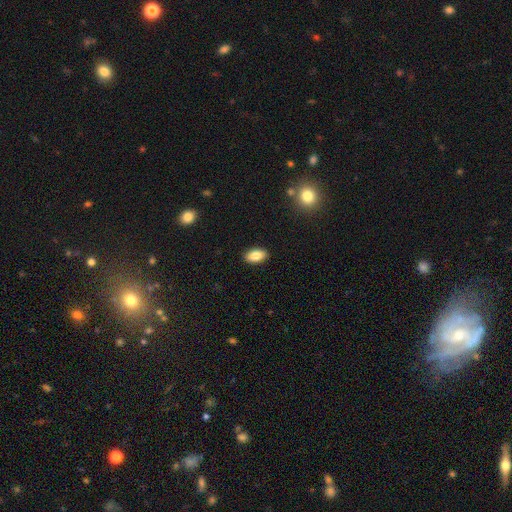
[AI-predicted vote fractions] Smooth or featured?
  - smooth: 84% *
  - featured or disk: 8%
  - star or artifact: 8%
How rounded?
  - in between: 92% *
  - round: 5%
  - cigar-shaped: 3%
Merging?
  - none: 90% *
  - minor disturbance: 7%
  - major disturbance: 2%
  - merger: 1%